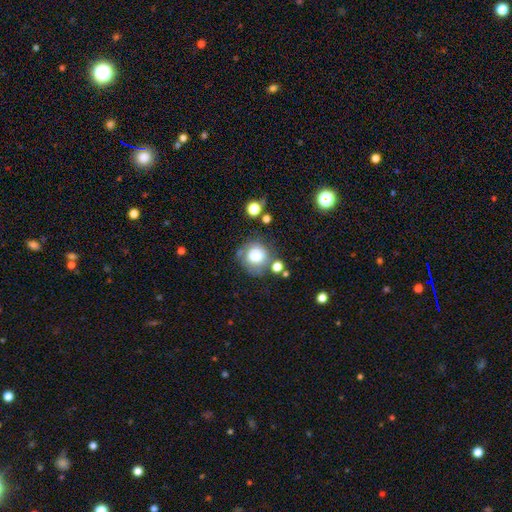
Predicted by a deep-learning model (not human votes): smooth-or-featured: smooth: 75% | featured or disk: 14% | star or artifact: 11%
  how-rounded: round: 89% | in between: 10% | cigar-shaped: 1%
  merging: none: 65% | minor disturbance: 17% | merger: 10% | major disturbance: 8%